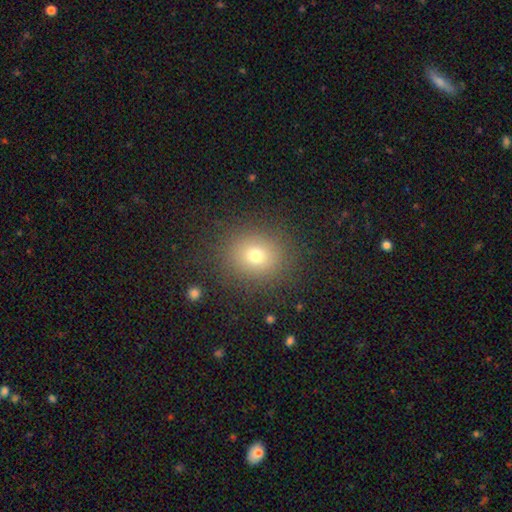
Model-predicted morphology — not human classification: Smooth or featured? Predicted: smooth (p=0.72). How rounded? Predicted: round (p=0.79). Merging? Predicted: none (p=0.87).